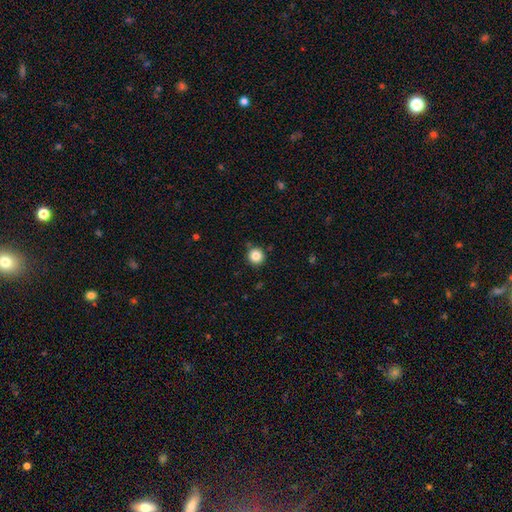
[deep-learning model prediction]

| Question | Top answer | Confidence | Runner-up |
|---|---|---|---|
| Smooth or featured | smooth | 84% | star or artifact (11%) |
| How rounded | round | 94% | in between (5%) |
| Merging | none | 88% | minor disturbance (7%) |